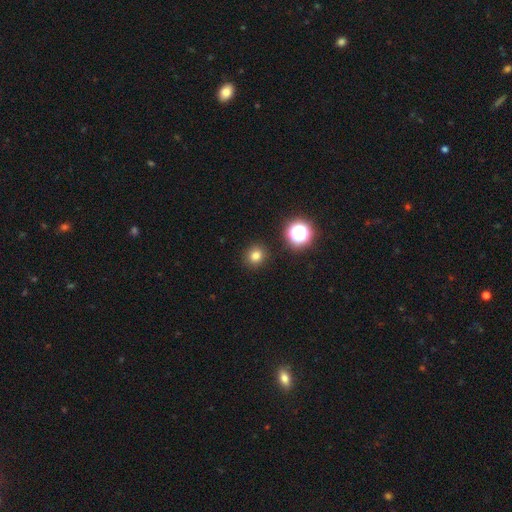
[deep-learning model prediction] A smooth galaxy with no disk features (78%) that is round (87%). Merging: none (91%).